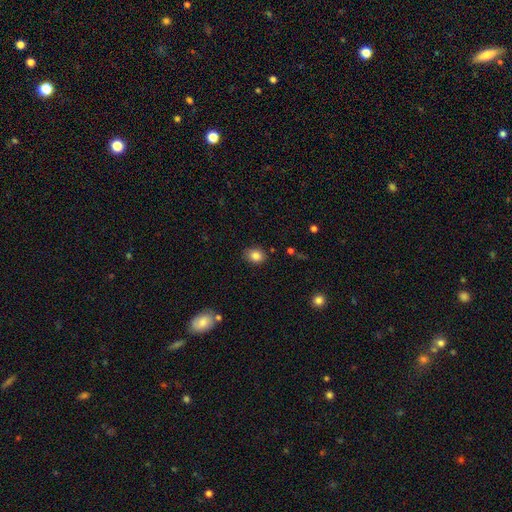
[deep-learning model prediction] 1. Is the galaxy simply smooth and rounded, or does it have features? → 84% smooth, 10% star or artifact, 6% featured or disk.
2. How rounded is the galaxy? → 51% round, 48% in between, 1% cigar-shaped.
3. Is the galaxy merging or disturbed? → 85% none, 11% minor disturbance, 2% major disturbance, 2% merger.